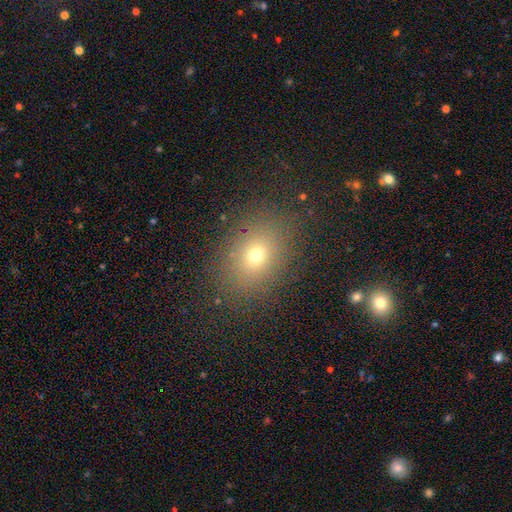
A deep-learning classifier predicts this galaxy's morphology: smooth 68%, star or artifact 19%, featured or disk 13%. Down the decision tree: how rounded — in between (60%); merging — none (83%).